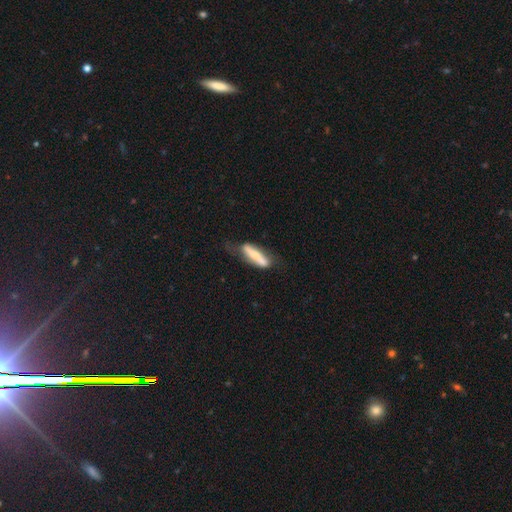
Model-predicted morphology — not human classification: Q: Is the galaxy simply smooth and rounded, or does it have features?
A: smooth — 56%.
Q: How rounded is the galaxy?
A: cigar-shaped — 66%.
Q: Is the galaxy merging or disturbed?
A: none — 44%.